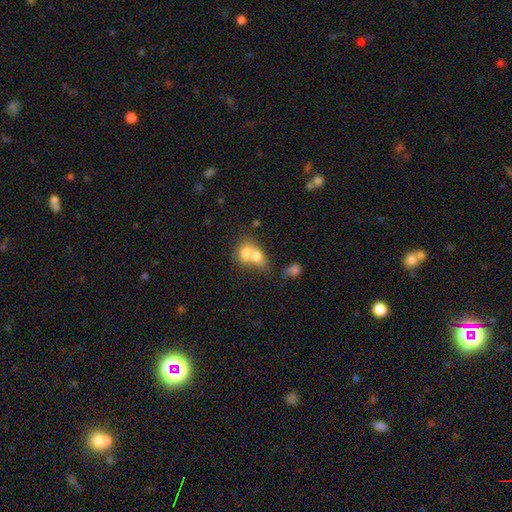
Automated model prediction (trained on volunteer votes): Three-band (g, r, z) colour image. It shows a smooth galaxy with no disk features (69%) that is in between round and cigar-shaped (56%). Merging: merger (75%).